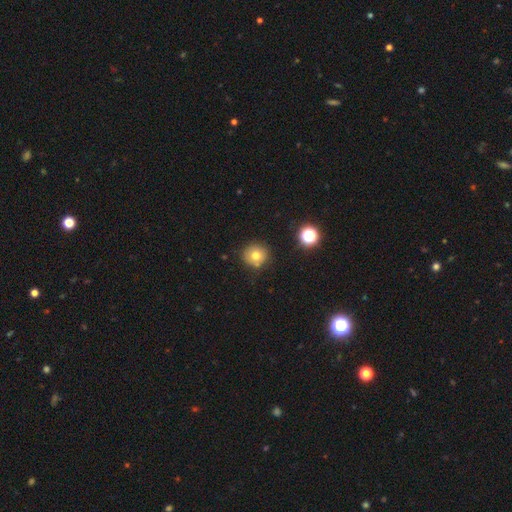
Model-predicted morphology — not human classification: smooth_or_featured: smooth (p=0.74) [alt: star or artifact p=0.14]
how_rounded: round (p=0.91) [alt: in between p=0.08]
merging: none (p=0.82) [alt: minor disturbance p=0.11]